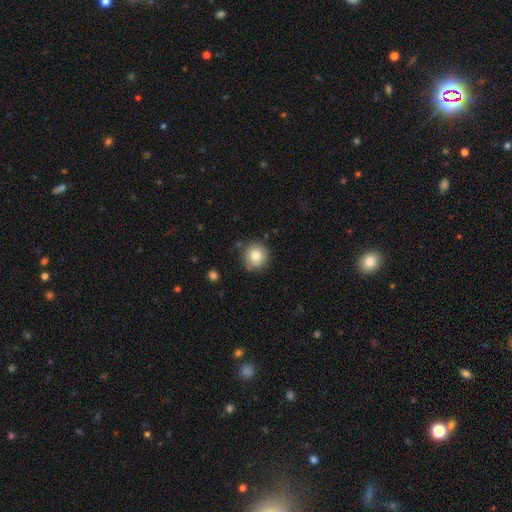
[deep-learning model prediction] smooth-or-featured: smooth: 80% | star or artifact: 10% | featured or disk: 10%
  how-rounded: round: 94% | in between: 5% | cigar-shaped: 1%
  merging: none: 85% | minor disturbance: 10% | major disturbance: 3% | merger: 2%